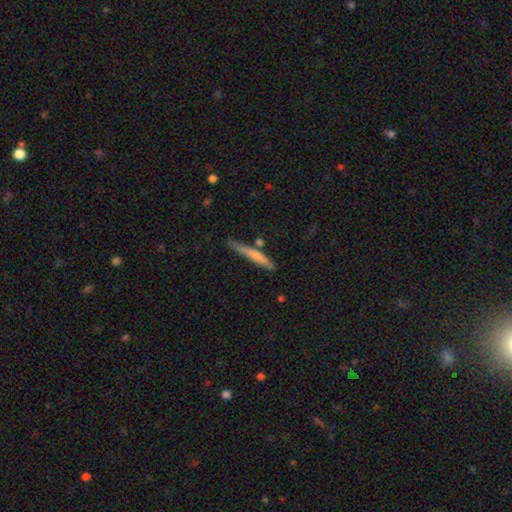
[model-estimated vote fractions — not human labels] smooth-or-featured: smooth: 63% | featured or disk: 31% | star or artifact: 6%
  how-rounded: cigar-shaped: 94% | in between: 4% | round: 2%
  merging: none: 71% | minor disturbance: 18% | merger: 7% | major disturbance: 4%